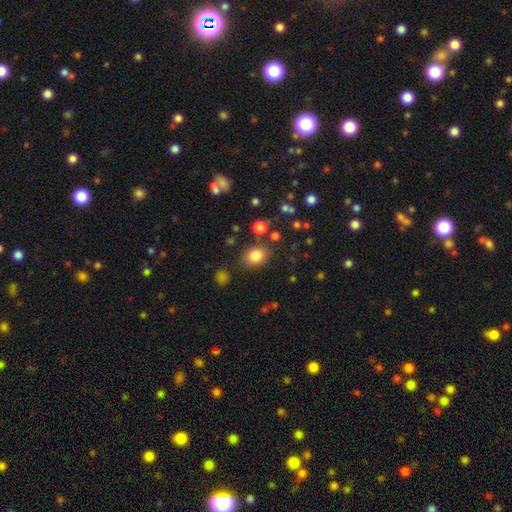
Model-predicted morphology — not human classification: Smooth or featured? smooth (83%)
How rounded? in between (58%)
Merging? none (78%)